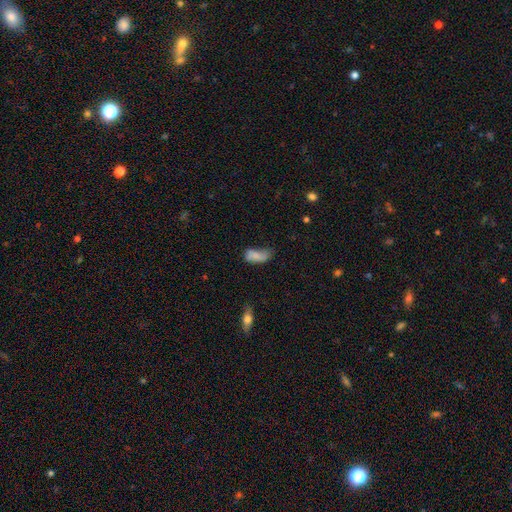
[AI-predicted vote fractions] Q: Smooth or featured?
A: smooth (75%); runner-up: featured or disk (16%)
Q: How rounded?
A: in between (88%); runner-up: cigar-shaped (8%)
Q: Merging?
A: minor disturbance (38%); runner-up: none (36%)